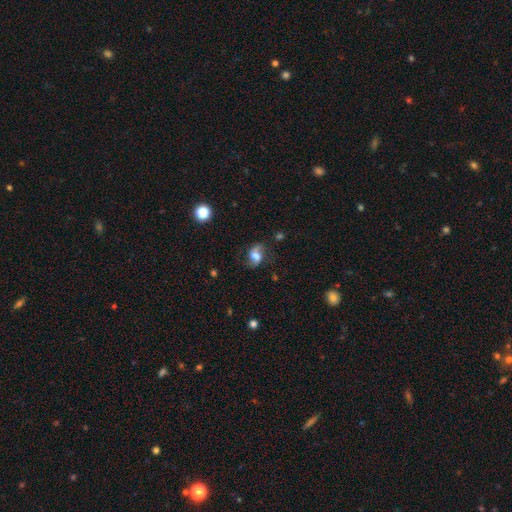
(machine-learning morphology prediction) featured or disk 52%, smooth 37%, star or artifact 11%. Down the decision tree: edge-on disk — no (96%); merging — none (62%).